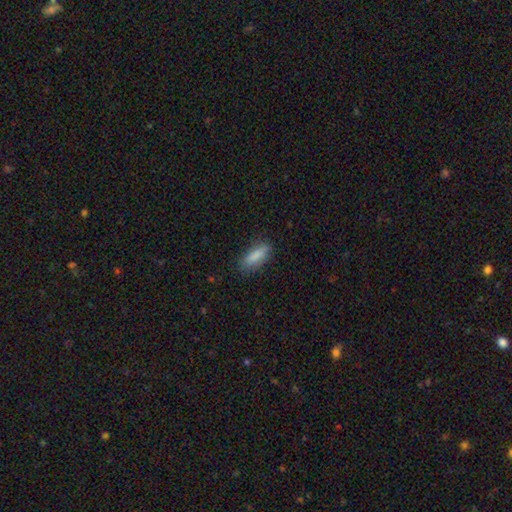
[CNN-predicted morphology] Overall: smooth (86%). How rounded: in between (62%; cigar-shaped 36%). Merging: none (80%).